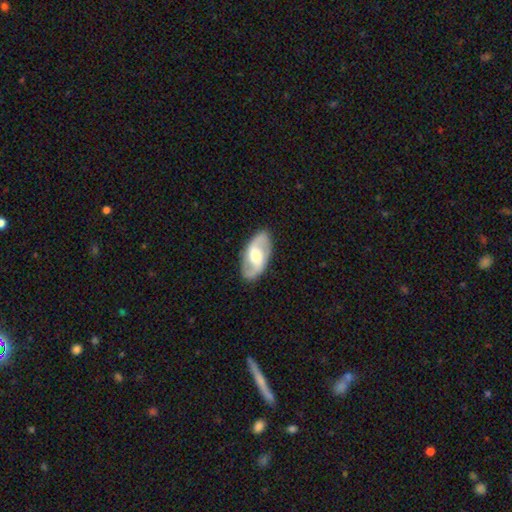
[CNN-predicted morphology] smooth_or_featured: featured or disk (p=0.78) [alt: smooth p=0.18]
disk_edge_on: no (p=0.95) [alt: yes p=0.05]
bar: weak (p=0.46) [alt: no p=0.34]
has_spiral_arms: yes (p=0.89) [alt: no p=0.11]
spiral_winding: medium (p=0.46) [alt: loose p=0.36]
spiral_arm_count: 2 (p=0.92) [alt: can't tell p=0.04]
bulge_size: moderate (p=0.62) [alt: large p=0.18]
merging: none (p=0.88) [alt: minor disturbance p=0.09]